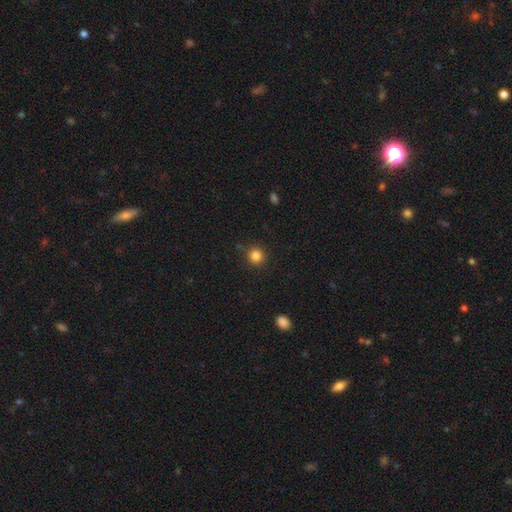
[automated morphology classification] Smooth or featured? Predicted: smooth (p=0.84). How rounded? Predicted: round (p=0.93). Merging? Predicted: none (p=0.89).